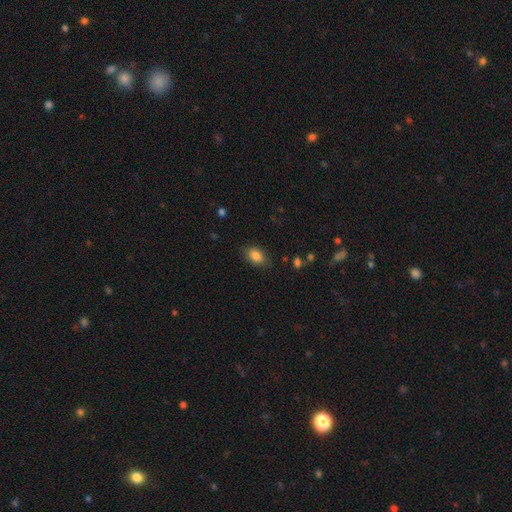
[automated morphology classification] Smooth or featured? smooth (85%)
How rounded? in between (87%)
Merging? none (83%)